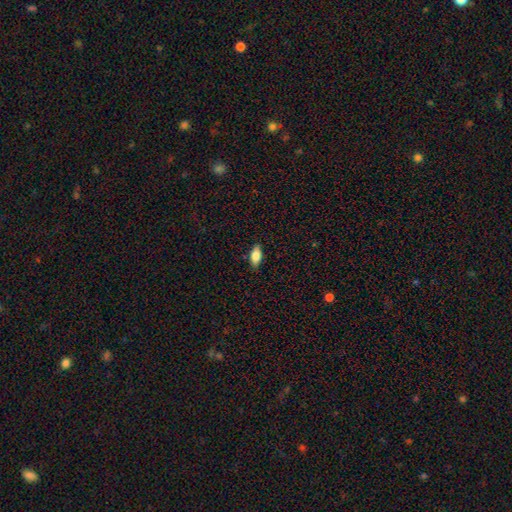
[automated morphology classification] Smooth or featured: smooth — 79% (featured or disk — 14%)
How rounded: in between — 84% (cigar-shaped — 14%)
Merging: none — 87% (minor disturbance — 10%)